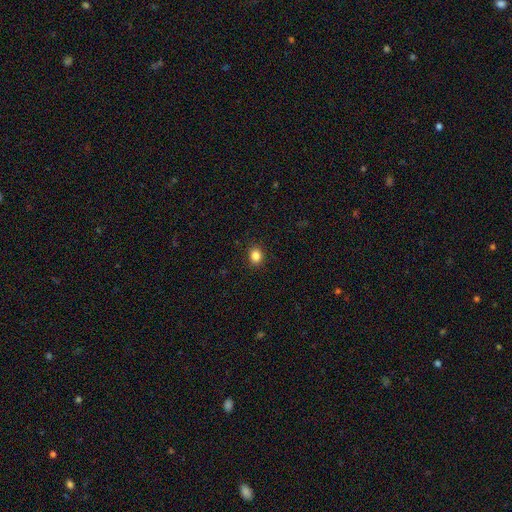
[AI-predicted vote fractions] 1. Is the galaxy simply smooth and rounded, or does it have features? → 85% smooth, 11% star or artifact, 4% featured or disk.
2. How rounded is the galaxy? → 65% round, 34% in between, 1% cigar-shaped.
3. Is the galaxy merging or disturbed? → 90% none, 7% minor disturbance, 2% major disturbance, 1% merger.